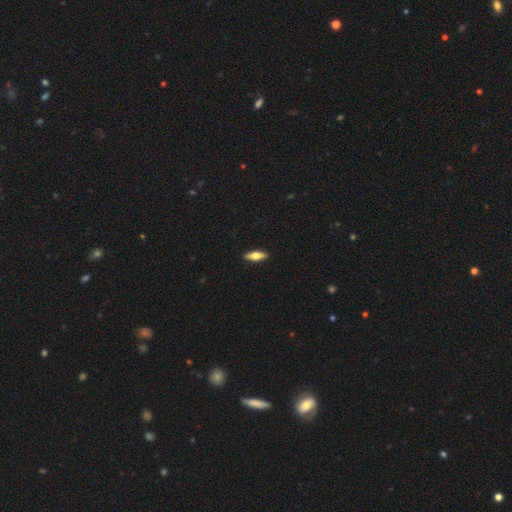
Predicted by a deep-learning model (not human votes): Overall: smooth (50%; featured or disk 44%). Merging: none (91%).